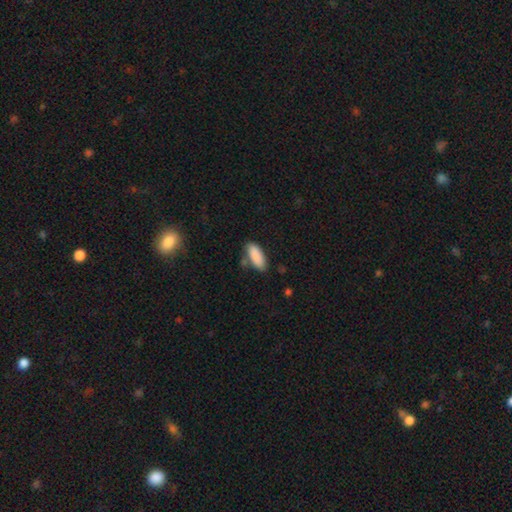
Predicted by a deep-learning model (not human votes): smooth_or_featured: smooth (p=0.89) [alt: star or artifact p=0.06]
how_rounded: in between (p=0.79) [alt: cigar-shaped p=0.19]
merging: none (p=0.71) [alt: minor disturbance p=0.17]